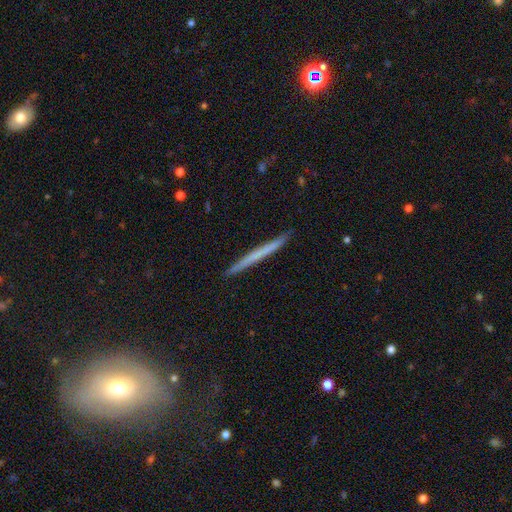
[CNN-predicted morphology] A smooth galaxy with no disk features (50%) that is cigar-shaped (97%). Merging: none (92%).